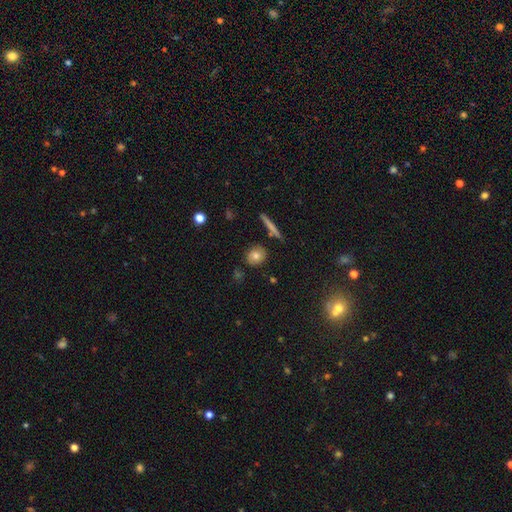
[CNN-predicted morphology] The model was most divided on "how rounded": round: 71%, in between: 25%, cigar-shaped: 4%. More confident: merging — none (82%); smooth or featured — smooth (75%).